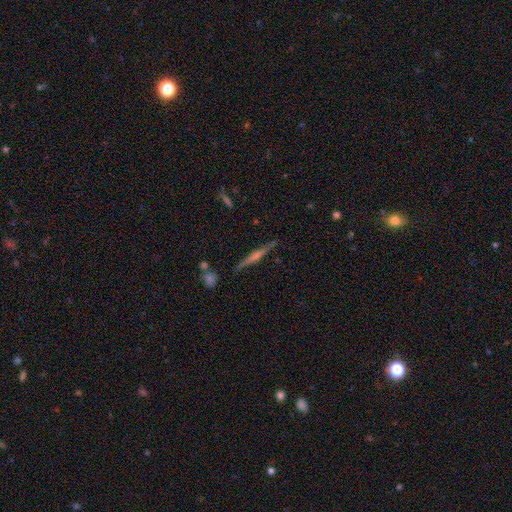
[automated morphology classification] This is likely a featured or disk galaxy (76%). It is clearly viewed edge-on (98%). Edge-on bulge: likely rounded (72%). Merging: clearly none (90%).